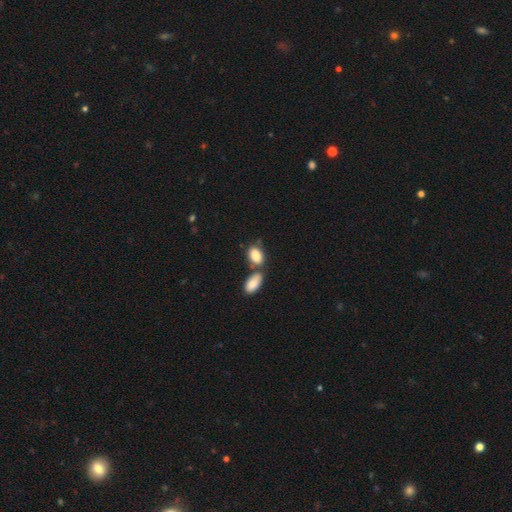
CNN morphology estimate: The model was most divided on "merging": none: 47%, merger: 36%, minor disturbance: 13%, major disturbance: 4%. More confident: how rounded — in between (90%); smooth or featured — smooth (86%).